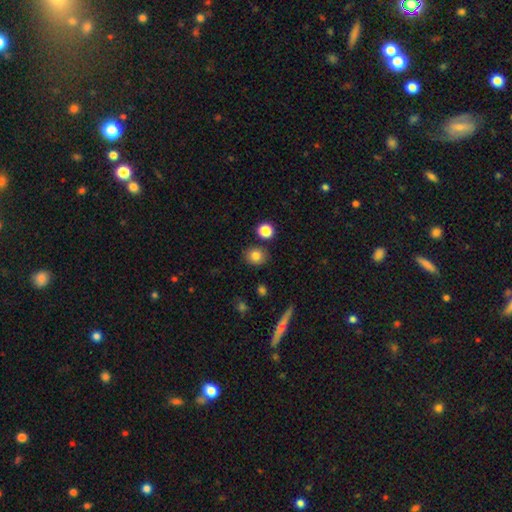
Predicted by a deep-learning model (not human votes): Smooth or featured? smooth (82%)
How rounded? round (70%)
Merging? none (84%)